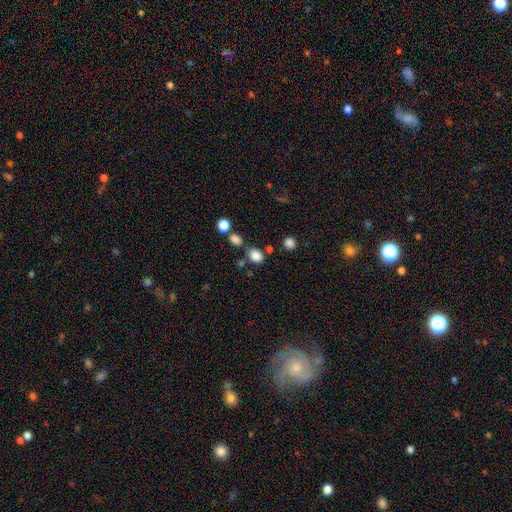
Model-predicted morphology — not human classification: Smooth or featured: smooth — 84% (star or artifact — 12%)
How rounded: in between — 57% (round — 42%)
Merging: none — 71% (merger — 13%)